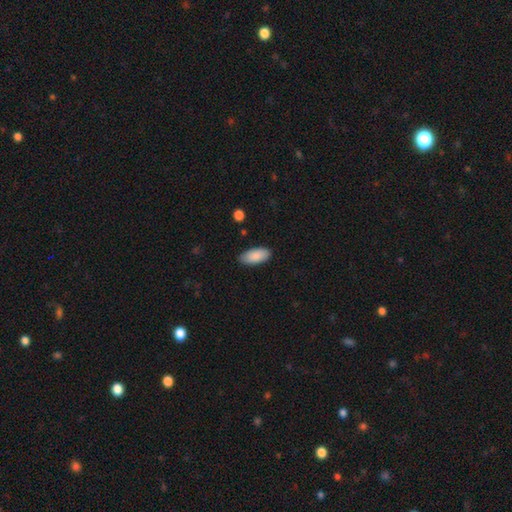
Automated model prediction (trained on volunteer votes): Overall: smooth (89%). How rounded: in between (91%). Merging: none (86%).